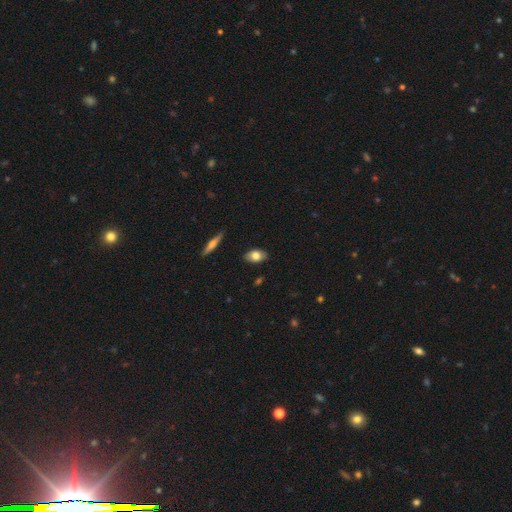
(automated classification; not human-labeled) Smooth or featured?
  - smooth: 75% *
  - featured or disk: 18%
  - star or artifact: 7%
How rounded?
  - in between: 89% *
  - round: 8%
  - cigar-shaped: 3%
Merging?
  - none: 86% *
  - minor disturbance: 11%
  - major disturbance: 2%
  - merger: 1%